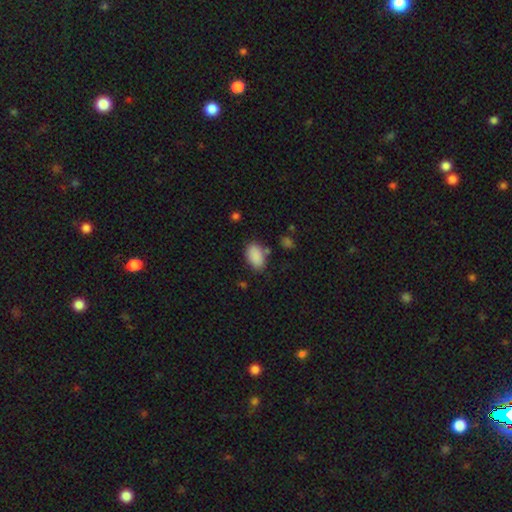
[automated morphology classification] Q: Smooth or featured?
A: smooth (88%); runner-up: star or artifact (8%)
Q: How rounded?
A: in between (92%); runner-up: round (7%)
Q: Merging?
A: none (73%); runner-up: minor disturbance (16%)